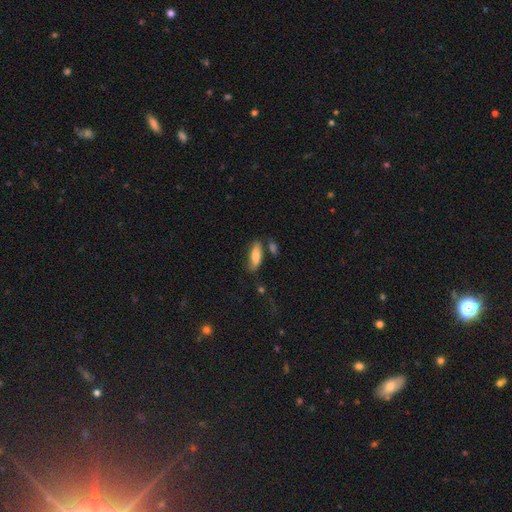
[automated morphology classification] A smooth galaxy with no disk features (72%) that is in between round and cigar-shaped (61%).

Vote fractions:
- Smooth or featured? smooth: 72% / featured or disk: 21% / star or artifact: 7%
- How rounded? in between: 61% / cigar-shaped: 36% / round: 2%
- Merging? none: 63% / minor disturbance: 21% / merger: 9% / major disturbance: 7%